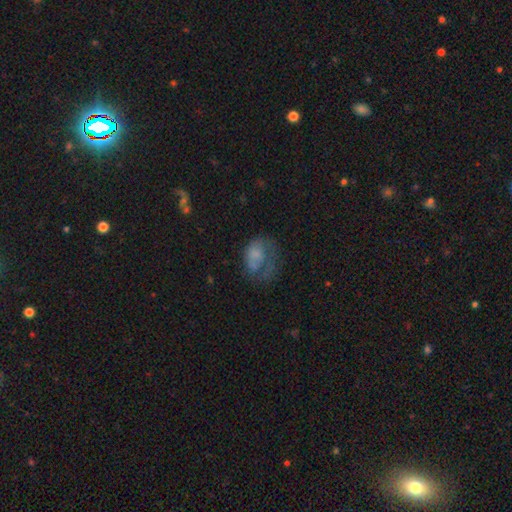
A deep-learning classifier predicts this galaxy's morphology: Smooth or featured: smooth — 53% (featured or disk — 36%)
How rounded: in between — 66% (round — 33%)
Merging: major disturbance — 46% (none — 27%)